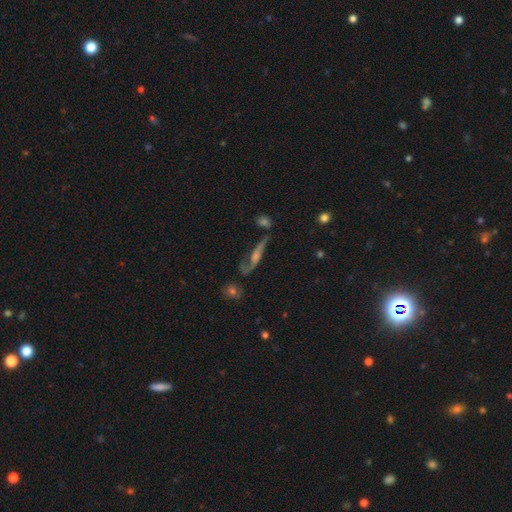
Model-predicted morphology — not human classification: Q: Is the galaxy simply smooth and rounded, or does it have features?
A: featured or disk — 72%.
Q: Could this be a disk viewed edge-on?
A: yes — 54%.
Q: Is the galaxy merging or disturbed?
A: none — 55%.